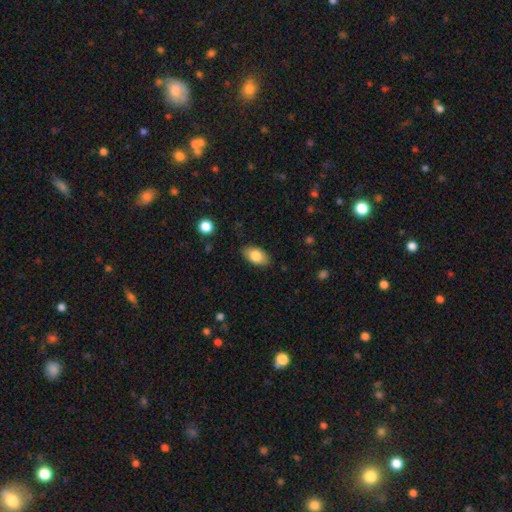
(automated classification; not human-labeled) This appears to be a smooth galaxy with no disk features (81%) that is in between round and cigar-shaped (92%). Merging: none (85%).